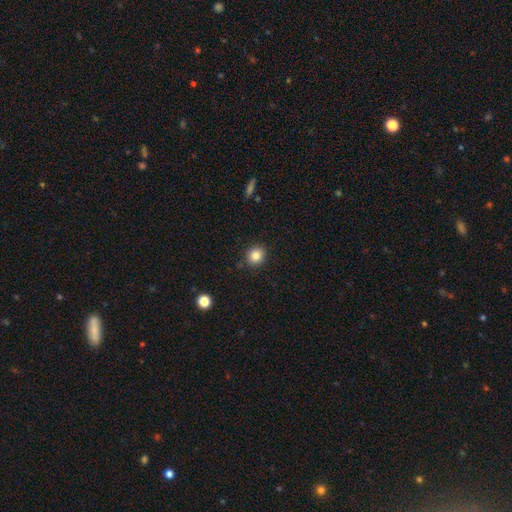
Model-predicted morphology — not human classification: smooth-or-featured: smooth: 84% | star or artifact: 11% | featured or disk: 6%
  how-rounded: round: 88% | in between: 11% | cigar-shaped: 1%
  merging: none: 89% | minor disturbance: 7% | major disturbance: 2% | merger: 2%